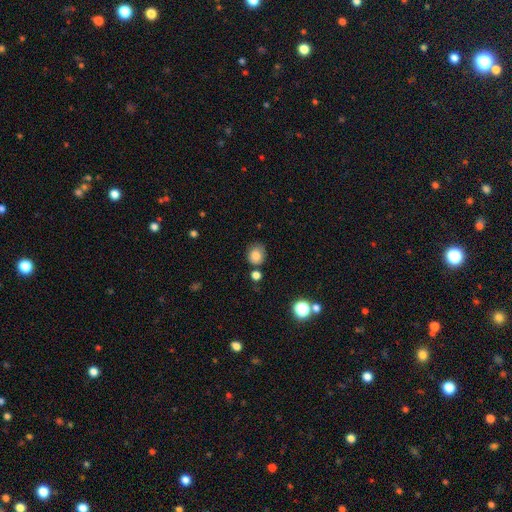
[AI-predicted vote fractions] This appears to be a smooth galaxy with no disk features (82%) that is round (82%). Merging: none (73%).